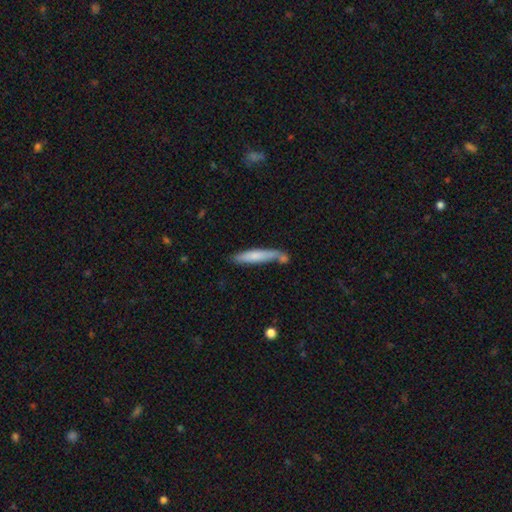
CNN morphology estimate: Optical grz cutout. It shows a smooth galaxy with no disk features (69%) that is cigar-shaped (89%). Merging: none (59%).